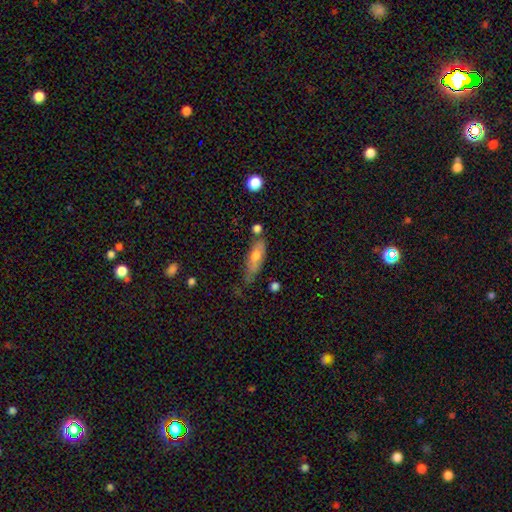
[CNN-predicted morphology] Smooth or featured?
  - smooth: 63% *
  - featured or disk: 30%
  - star or artifact: 7%
How rounded?
  - in between: 56% *
  - cigar-shaped: 41%
  - round: 3%
Merging?
  - none: 55% *
  - minor disturbance: 28%
  - major disturbance: 8%
  - merger: 8%